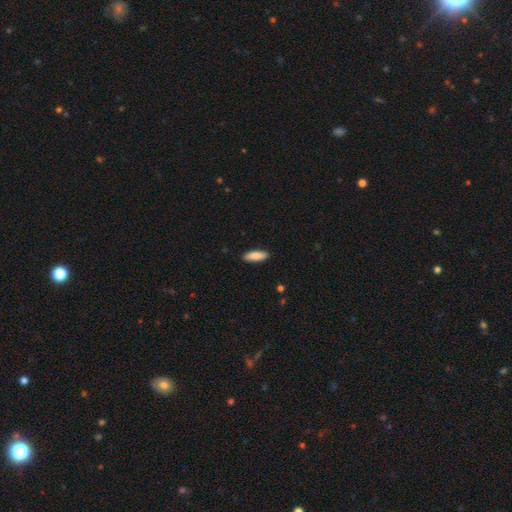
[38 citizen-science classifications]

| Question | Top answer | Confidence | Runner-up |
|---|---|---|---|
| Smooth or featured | smooth | 87% | featured or disk (8%) |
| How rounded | in between | 55% | cigar-shaped (42%) |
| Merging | none | 97% | minor disturbance (3%) |